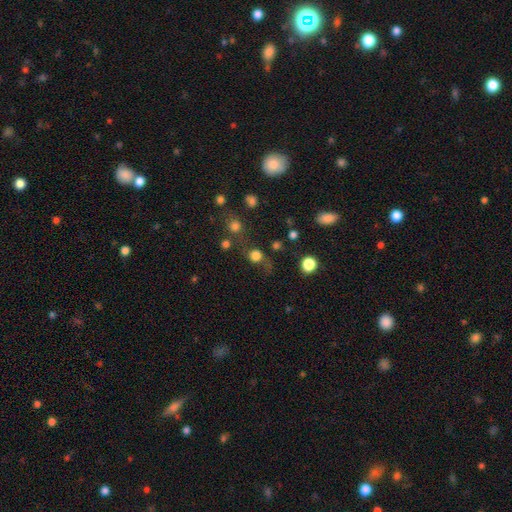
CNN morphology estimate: The model was most divided on "merging": none: 52%, major disturbance: 20%, minor disturbance: 17%, merger: 11%. More confident: how rounded — round (83%); smooth or featured — smooth (69%).